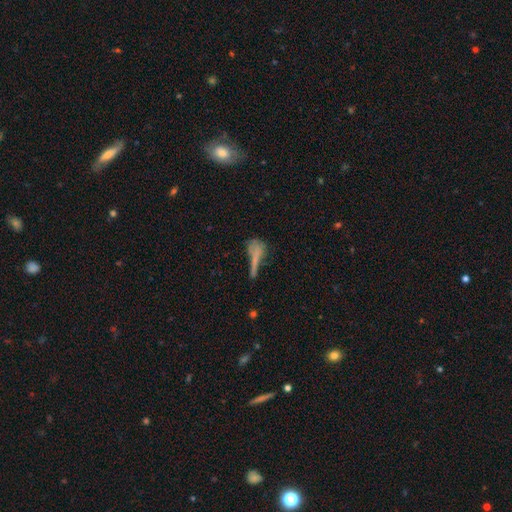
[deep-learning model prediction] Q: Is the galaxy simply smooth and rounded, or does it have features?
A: smooth — 51%.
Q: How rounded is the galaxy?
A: cigar-shaped — 63%.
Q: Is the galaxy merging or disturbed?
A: none — 36%.